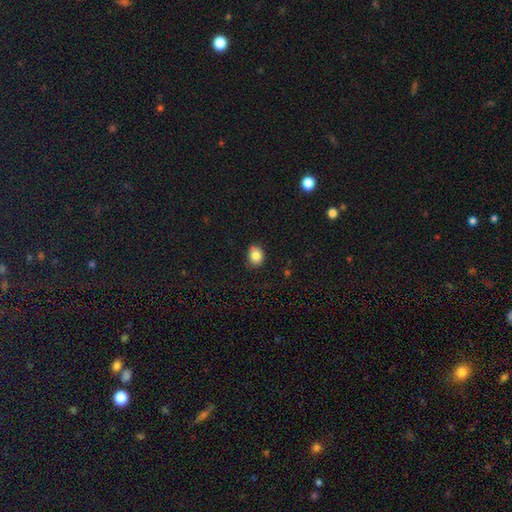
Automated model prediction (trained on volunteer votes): This appears to be a smooth galaxy with no disk features (84%) that is round (55%). Merging: none (80%).